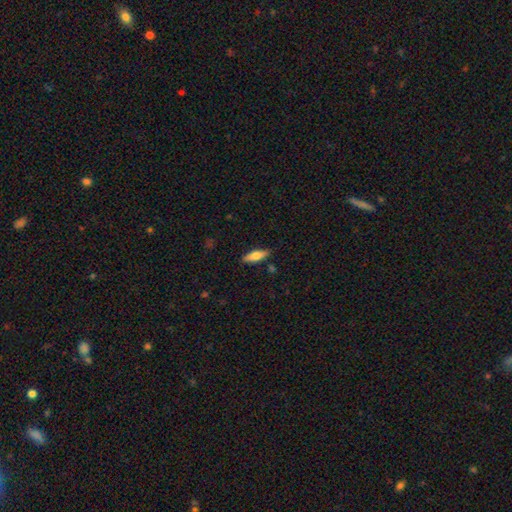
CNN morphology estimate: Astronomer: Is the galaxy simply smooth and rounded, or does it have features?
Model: smooth — 64%.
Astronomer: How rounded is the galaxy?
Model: in between — 51% (runner-up: cigar-shaped, 46%).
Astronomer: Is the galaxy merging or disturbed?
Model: none — 86%.